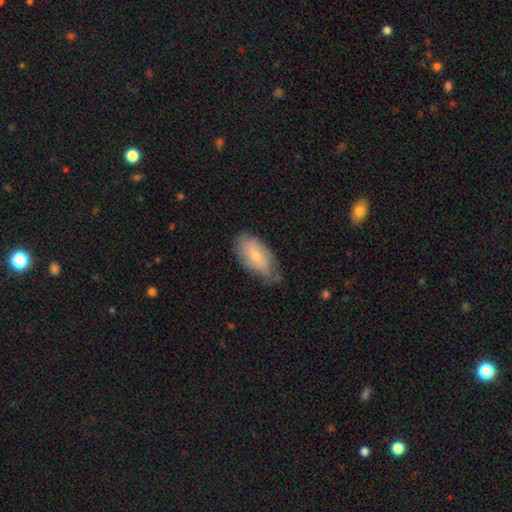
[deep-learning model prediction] This is likely a smooth galaxy (67%). How rounded: clearly in between (91%). Merging: likely none (62%).